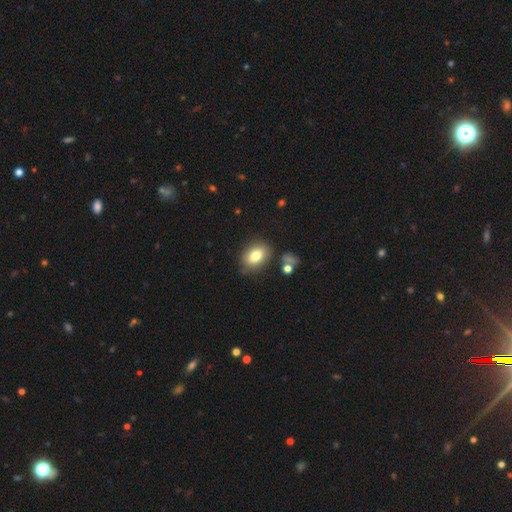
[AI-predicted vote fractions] Smooth or featured?
  - smooth: 79% *
  - featured or disk: 11%
  - star or artifact: 9%
How rounded?
  - in between: 78% *
  - round: 21%
  - cigar-shaped: 1%
Merging?
  - none: 78% *
  - minor disturbance: 13%
  - merger: 5%
  - major disturbance: 4%